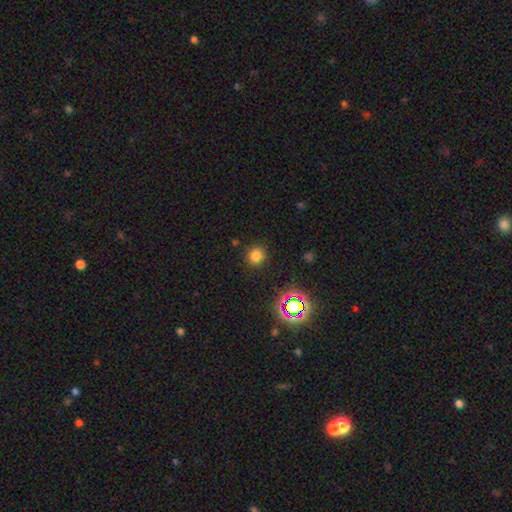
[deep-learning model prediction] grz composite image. It shows a smooth galaxy with no disk features (76%) that is round (89%). Merging: none (89%).